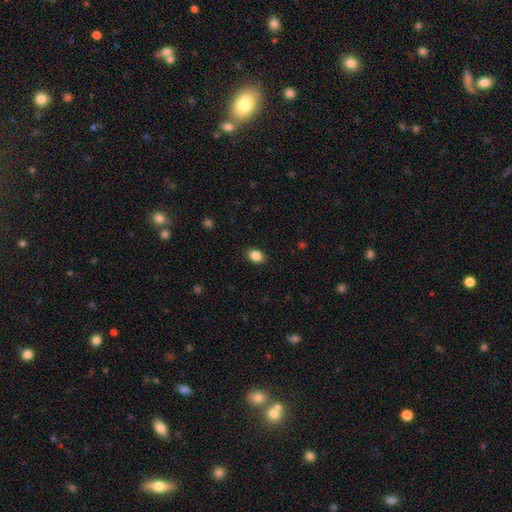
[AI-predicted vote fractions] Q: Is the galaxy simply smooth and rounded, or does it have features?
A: smooth — 87%.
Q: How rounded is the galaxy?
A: in between — 69%.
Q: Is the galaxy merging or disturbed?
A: none — 88%.